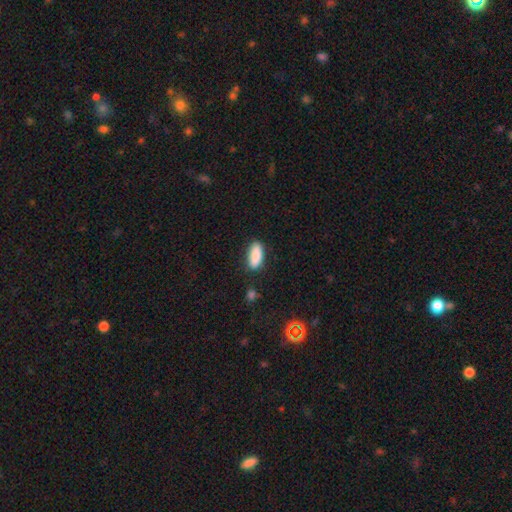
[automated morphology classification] The model was most divided on "how rounded": in between: 80%, cigar-shaped: 18%, round: 2%. More confident: smooth or featured — smooth (87%); merging — none (81%).